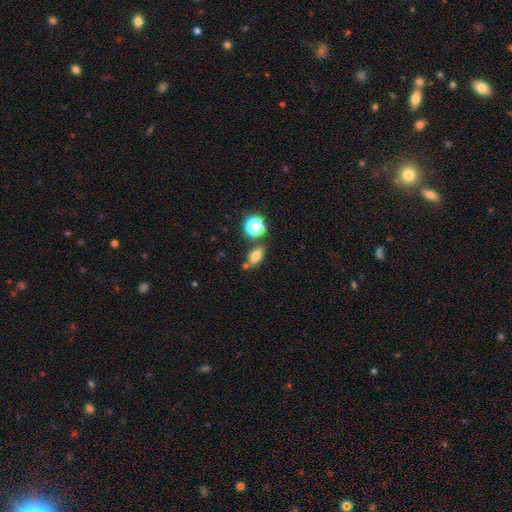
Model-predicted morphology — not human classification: The model was most divided on "merging": none: 70%, merger: 13%, minor disturbance: 13%, major disturbance: 4%. More confident: how rounded — in between (77%); smooth or featured — smooth (75%).